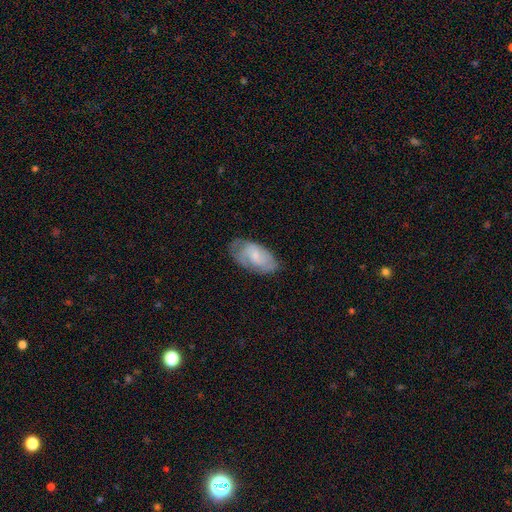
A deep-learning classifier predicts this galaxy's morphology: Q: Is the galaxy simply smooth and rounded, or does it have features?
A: featured or disk — 50%.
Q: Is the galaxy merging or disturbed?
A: none — 63%.